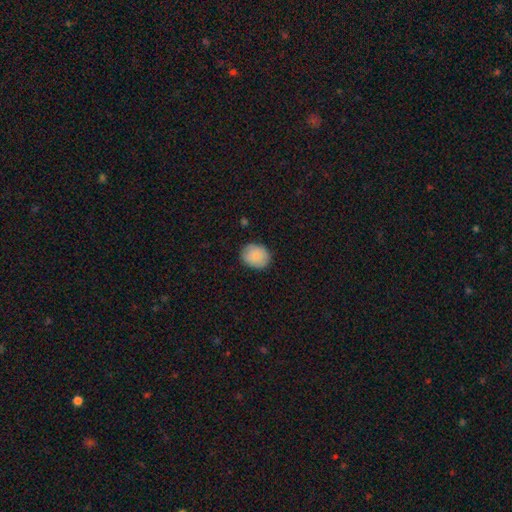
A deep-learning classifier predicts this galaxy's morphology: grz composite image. It shows a smooth galaxy with no disk features (87%) that is round (60%). Merging: none (84%).